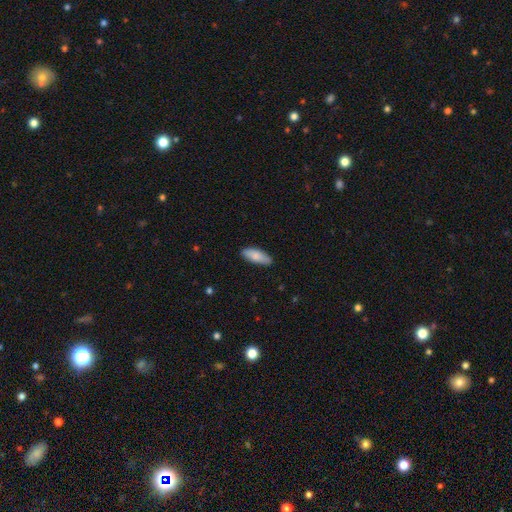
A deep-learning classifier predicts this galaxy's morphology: smooth 83%, featured or disk 11%, star or artifact 5%. Down the decision tree: how rounded — in between (71%); merging — none (88%).